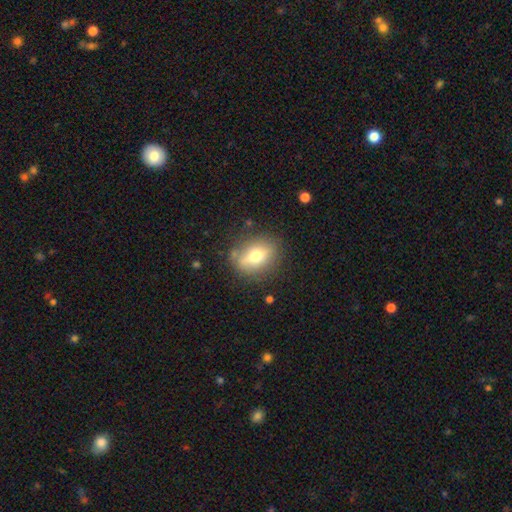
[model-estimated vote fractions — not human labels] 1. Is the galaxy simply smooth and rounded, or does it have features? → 54% smooth, 36% featured or disk, 10% star or artifact.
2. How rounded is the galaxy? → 53% in between, 42% round, 5% cigar-shaped.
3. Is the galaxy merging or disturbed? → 79% none, 14% minor disturbance, 5% major disturbance, 3% merger.